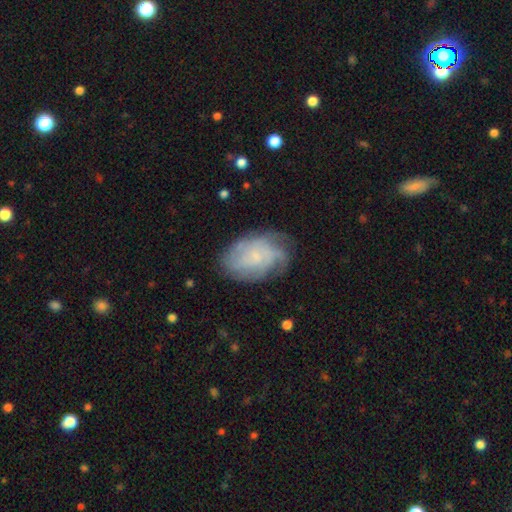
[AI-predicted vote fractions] A featured or disk galaxy (64%) with no bar (74%), tight (49%) spiral arms (88%) and a small central bulge (64%).

Vote fractions:
- Smooth or featured? featured or disk: 64% / smooth: 27% / star or artifact: 8%
- Edge-on disk? no: 97% / yes: 3%
- Bar? no: 74% / weak: 23% / strong: 3%
- Spiral arms? yes: 88% / no: 12%
- Spiral winding? tight: 49% / medium: 35% / loose: 17%
- Spiral arm count? can't tell: 47% / 4: 16% / 3: 14% / 2: 10% / more than 4: 8% / 1: 6%
- Bulge size? small: 64% / none: 17% / moderate: 16% / large: 2% / dominant: 1%
- Merging? none: 67% / minor disturbance: 22% / major disturbance: 9% / merger: 1%